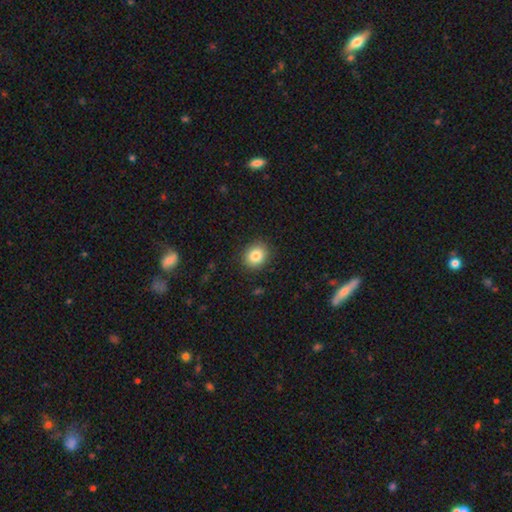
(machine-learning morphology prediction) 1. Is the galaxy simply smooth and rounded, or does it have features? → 84% smooth, 9% star or artifact, 7% featured or disk.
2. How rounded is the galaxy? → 72% round, 27% in between, 1% cigar-shaped.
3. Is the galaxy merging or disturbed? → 90% none, 7% minor disturbance, 2% major disturbance, 1% merger.